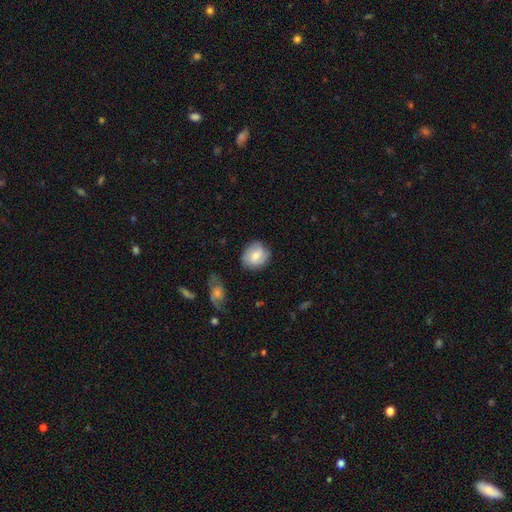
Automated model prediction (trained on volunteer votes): A smooth galaxy with no disk features (53%) that is round (66%). Merging: none (75%).